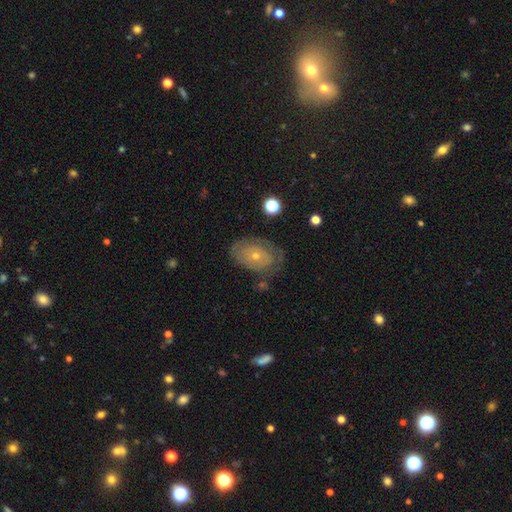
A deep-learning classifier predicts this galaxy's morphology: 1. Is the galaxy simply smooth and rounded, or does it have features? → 64% featured or disk, 26% smooth, 10% star or artifact.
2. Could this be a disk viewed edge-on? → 95% no, 5% yes.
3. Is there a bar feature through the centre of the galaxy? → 83% no, 14% weak, 3% strong.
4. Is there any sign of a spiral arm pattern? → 70% yes, 30% no.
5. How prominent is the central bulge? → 69% small, 28% moderate, 1% none, 1% large, 1% dominant.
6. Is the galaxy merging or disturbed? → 68% none, 21% minor disturbance, 9% major disturbance, 2% merger.